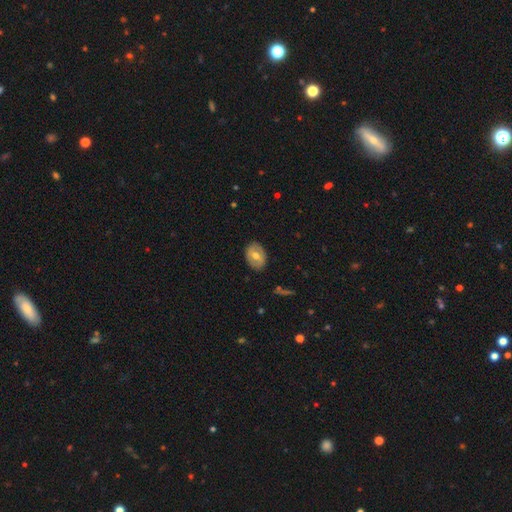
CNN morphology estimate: This appears to be a smooth galaxy with no disk features (53%) that is in between round and cigar-shaped (74%). Merging: none (86%).